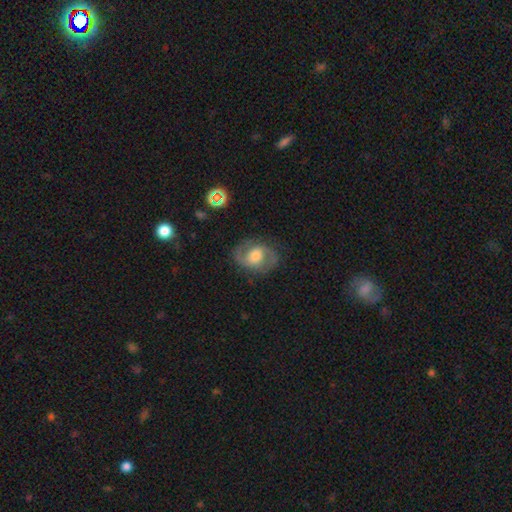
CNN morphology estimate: Smooth or featured?
  - featured or disk: 77% *
  - smooth: 16%
  - star or artifact: 7%
Edge-on disk?
  - no: 97% *
  - yes: 3%
Bar?
  - no: 48% *
  - weak: 41%
  - strong: 11%
Spiral arms?
  - yes: 91% *
  - no: 9%
Spiral winding?
  - medium: 56% *
  - loose: 22%
  - tight: 22%
Spiral arm count?
  - 2: 90% *
  - can't tell: 5%
  - 1: 2%
  - 3: 1%
  - 4: 1%
  - more than 4: 1%
Bulge size?
  - moderate: 59% *
  - small: 19%
  - large: 18%
  - none: 3%
  - dominant: 2%
Merging?
  - none: 78% *
  - minor disturbance: 14%
  - major disturbance: 7%
  - merger: 1%